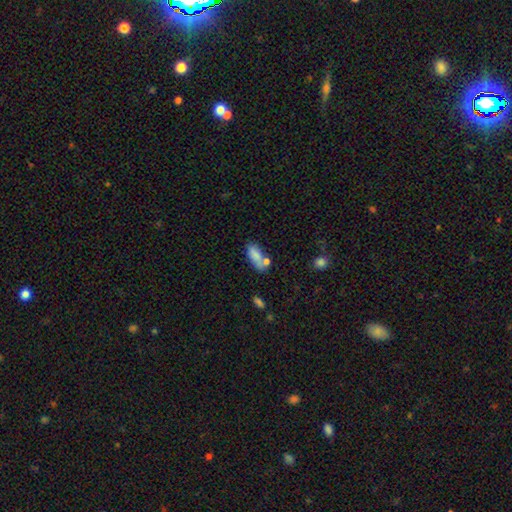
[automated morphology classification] This appears to be a smooth galaxy with no disk features (78%) that is in between round and cigar-shaped (81%). Merging: none (50%).